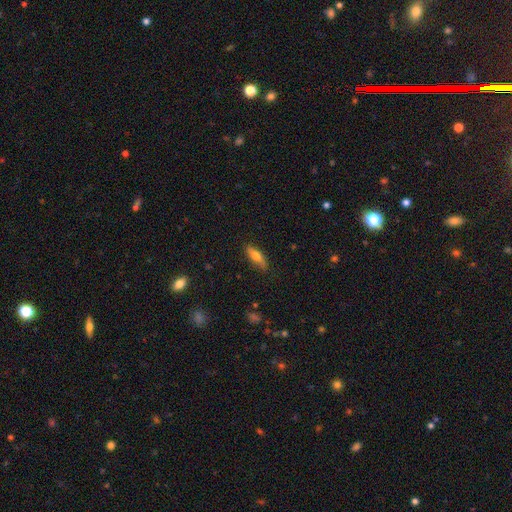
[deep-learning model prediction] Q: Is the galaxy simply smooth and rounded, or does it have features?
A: smooth — 61%.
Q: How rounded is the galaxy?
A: cigar-shaped — 50%.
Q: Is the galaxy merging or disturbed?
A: none — 84%.